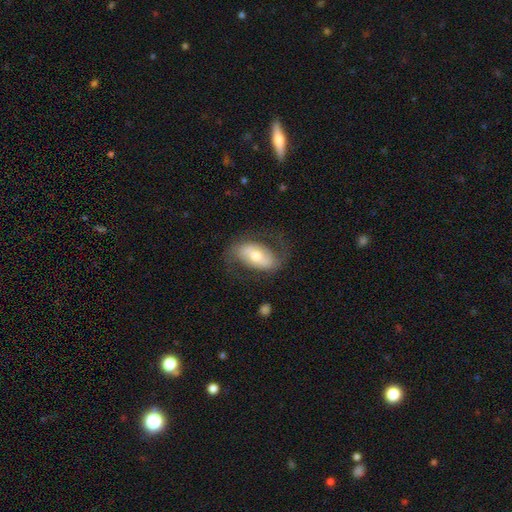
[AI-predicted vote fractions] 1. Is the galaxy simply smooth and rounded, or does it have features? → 65% featured or disk, 29% smooth, 6% star or artifact.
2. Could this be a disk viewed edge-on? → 93% no, 7% yes.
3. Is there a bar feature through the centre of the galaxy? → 39% strong, 35% weak, 26% no.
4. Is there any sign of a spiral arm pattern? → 84% yes, 16% no.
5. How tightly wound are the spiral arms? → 48% loose, 38% medium, 14% tight.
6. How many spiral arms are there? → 87% 2, 7% can't tell, 4% 1, 1% 3, 1% 4, 1% more than 4.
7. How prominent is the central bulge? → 60% moderate, 28% small, 8% large, 2% dominant, 1% none.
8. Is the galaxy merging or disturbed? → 67% none, 18% minor disturbance, 13% major disturbance, 1% merger.